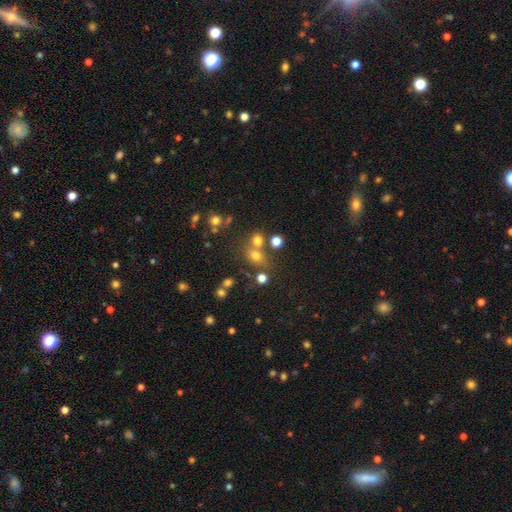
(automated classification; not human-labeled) Smooth or featured?
  - smooth: 67% *
  - star or artifact: 21%
  - featured or disk: 12%
How rounded?
  - round: 51% *
  - in between: 47%
  - cigar-shaped: 2%
Merging?
  - none: 54% *
  - merger: 28%
  - minor disturbance: 12%
  - major disturbance: 6%